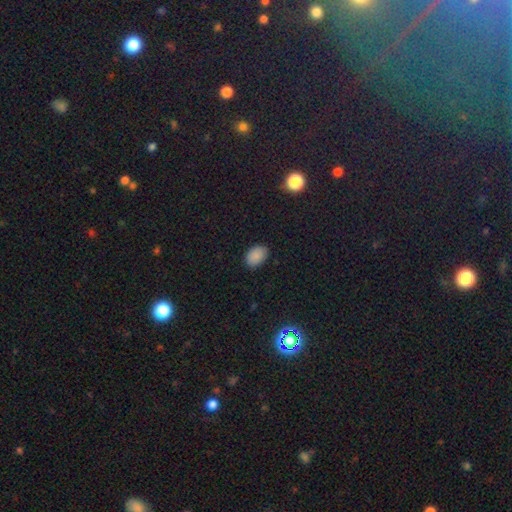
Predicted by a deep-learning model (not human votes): smooth 86%, star or artifact 10%, featured or disk 4%. Down the decision tree: how rounded — in between (85%); merging — none (86%).